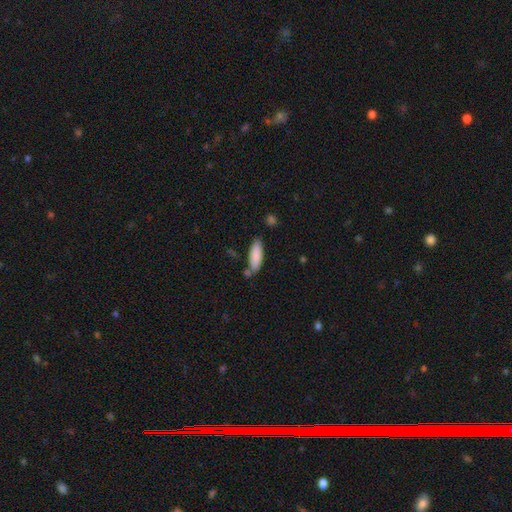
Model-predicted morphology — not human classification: Smooth or featured: smooth — 87% (featured or disk — 7%)
How rounded: in between — 55% (cigar-shaped — 43%)
Merging: none — 71% (minor disturbance — 16%)